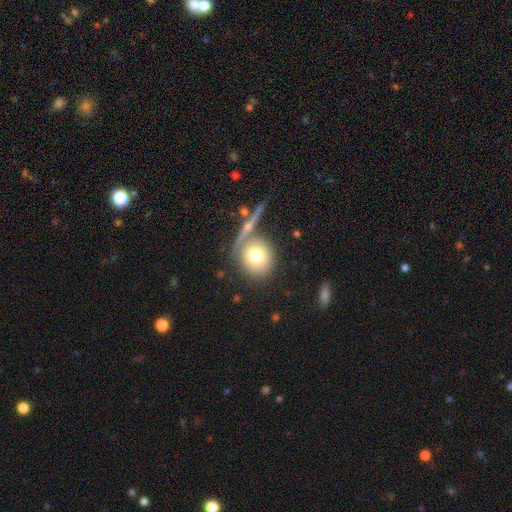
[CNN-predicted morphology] type=smooth (72%); roundness=round (83%); merging=none (65%).